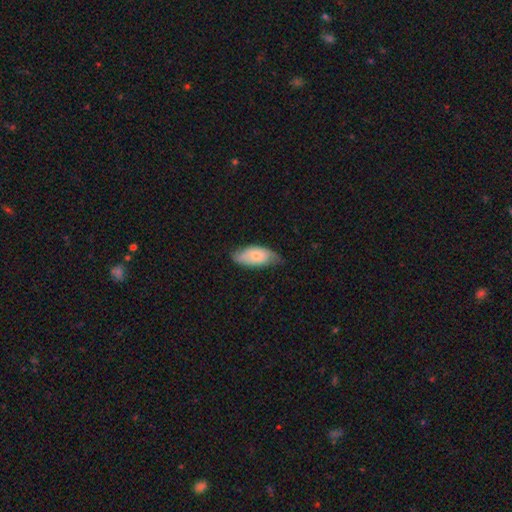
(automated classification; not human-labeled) smooth 62%, featured or disk 32%, star or artifact 6%. Down the decision tree: how rounded — in between (90%); merging — none (61%).